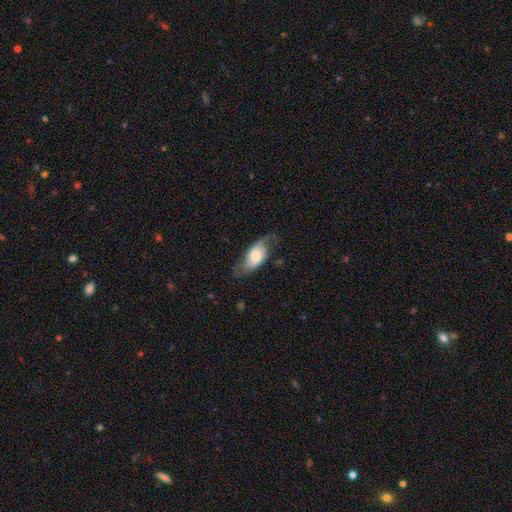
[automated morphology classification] Smooth or featured? Predicted: featured or disk (p=0.49). Merging? Predicted: none (p=0.58).